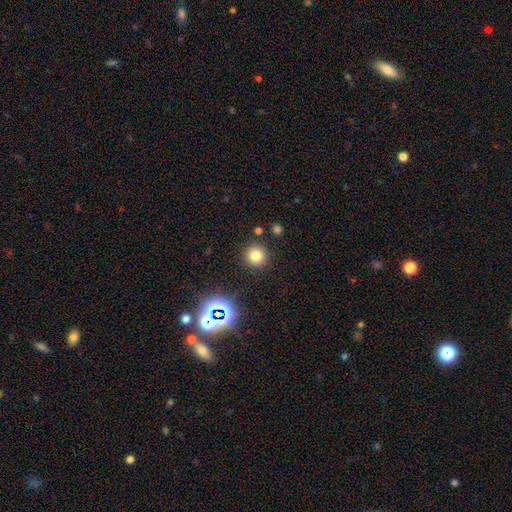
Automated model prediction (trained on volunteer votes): smooth 76%, star or artifact 17%, featured or disk 7%. Down the decision tree: how rounded — round (94%); merging — none (89%).